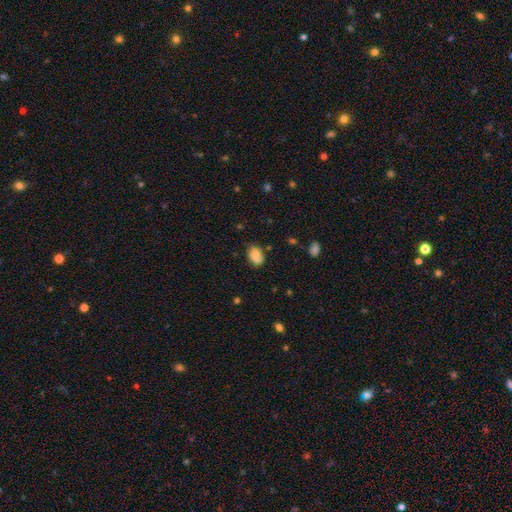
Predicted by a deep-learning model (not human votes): Q: Smooth or featured?
A: smooth (74%); runner-up: featured or disk (17%)
Q: How rounded?
A: in between (76%); runner-up: round (23%)
Q: Merging?
A: none (67%); runner-up: minor disturbance (25%)